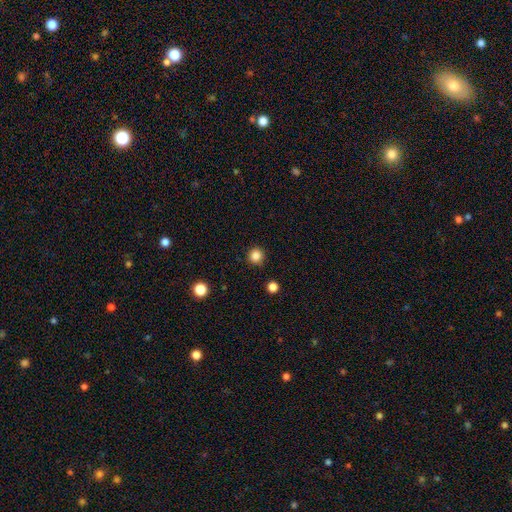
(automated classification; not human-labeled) Q: Smooth or featured?
A: smooth (84%); runner-up: star or artifact (12%)
Q: How rounded?
A: round (95%); runner-up: in between (4%)
Q: Merging?
A: none (91%); runner-up: minor disturbance (6%)